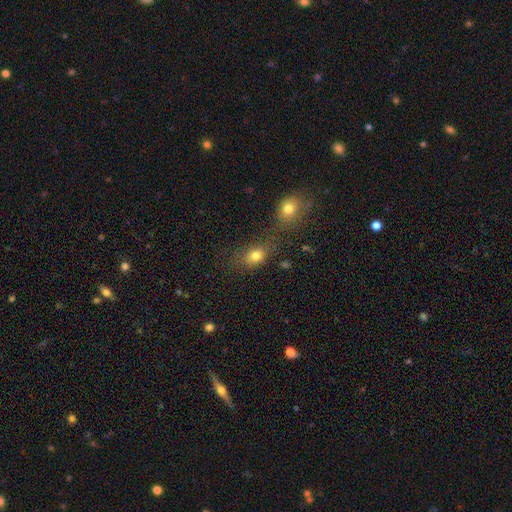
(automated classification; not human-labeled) smooth_or_featured: smooth (p=0.78) [alt: star or artifact p=0.13]
how_rounded: in between (p=0.65) [alt: round p=0.33]
merging: none (p=0.59) [alt: merger p=0.21]